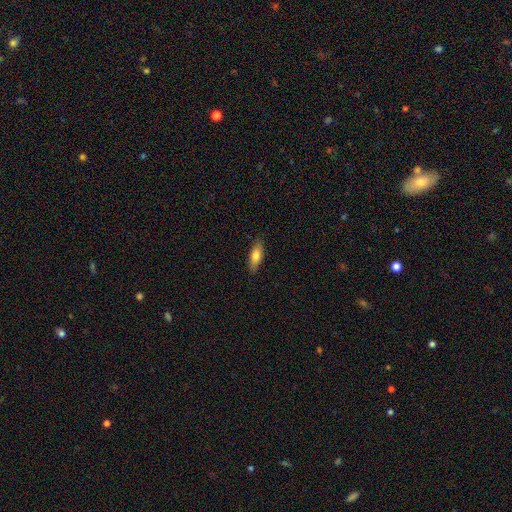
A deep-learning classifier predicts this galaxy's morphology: Overall: smooth (72%). How rounded: in between (57%; cigar-shaped 41%). Merging: none (87%).